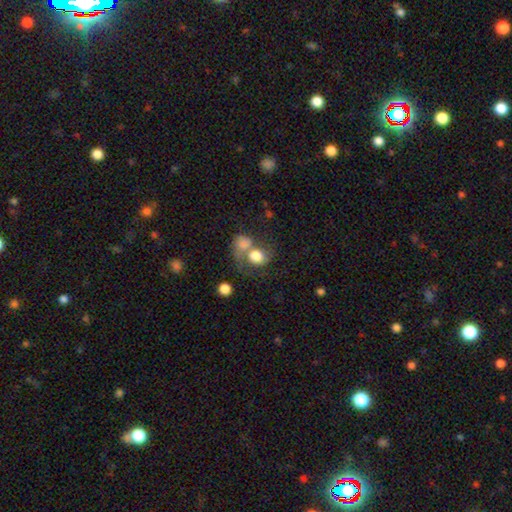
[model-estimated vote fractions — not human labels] A smooth galaxy with no disk features (71%) that is round (65%). Merging: merger (53%).